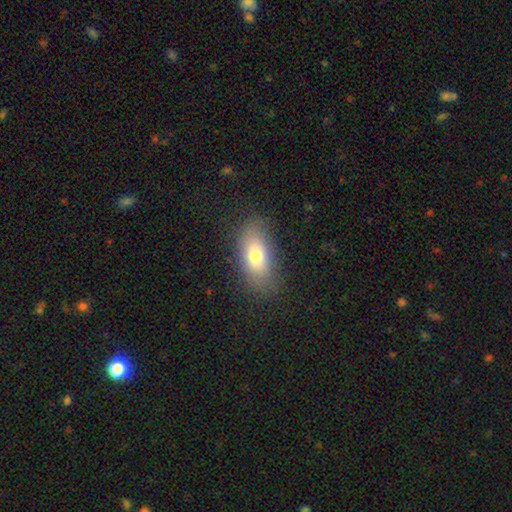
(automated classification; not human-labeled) A smooth galaxy with no disk features (75%) that is in between round and cigar-shaped (86%). Merging: none (82%).